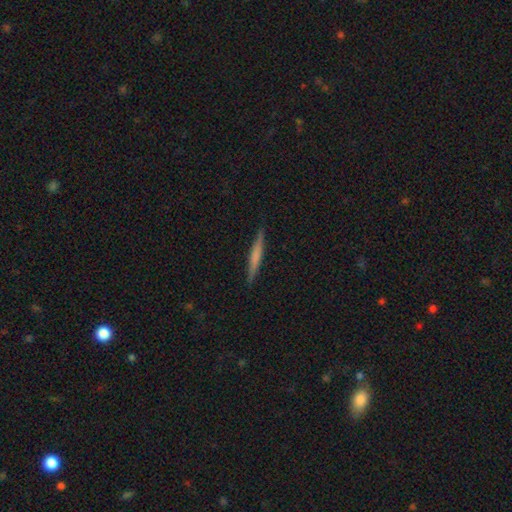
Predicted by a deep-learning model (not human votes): smooth-or-featured: smooth: 52% | featured or disk: 42% | star or artifact: 6%
  how-rounded: cigar-shaped: 95% | in between: 3% | round: 2%
  merging: none: 91% | minor disturbance: 7% | major disturbance: 1% | merger: 1%